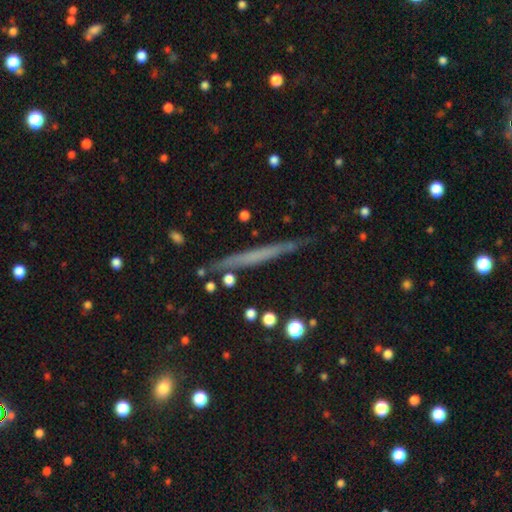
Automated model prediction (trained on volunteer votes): Q: Smooth or featured?
A: featured or disk (53%); runner-up: smooth (38%)
Q: Edge-on disk?
A: yes (96%); runner-up: no (4%)
Q: Edge-on bulge?
A: none (87%); runner-up: rounded (9%)
Q: Merging?
A: none (86%); runner-up: minor disturbance (10%)